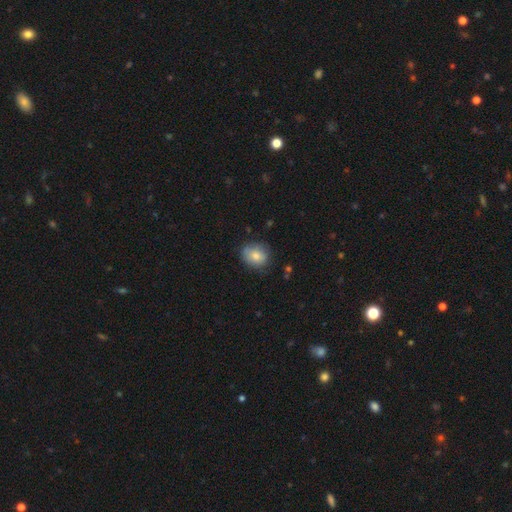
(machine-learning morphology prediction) This appears to be a smooth galaxy with no disk features (78%) that is round (67%). Merging: none (71%).